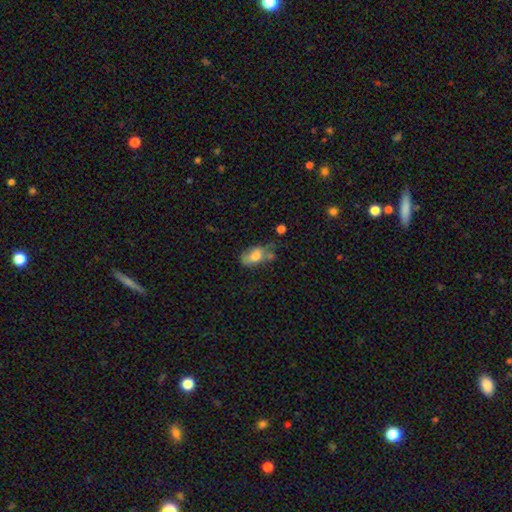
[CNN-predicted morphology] Smooth or featured? smooth (66%)
How rounded? in between (87%)
Merging? none (36%)